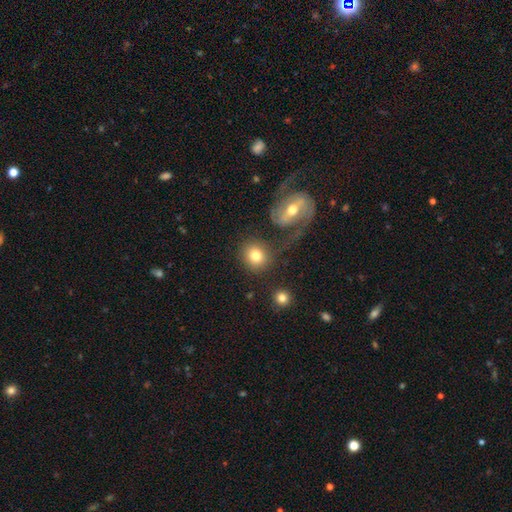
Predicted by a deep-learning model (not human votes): smooth_or_featured: smooth (p=0.78) [alt: featured or disk p=0.14]
how_rounded: round (p=0.83) [alt: in between p=0.16]
merging: none (p=0.71) [alt: merger p=0.12]